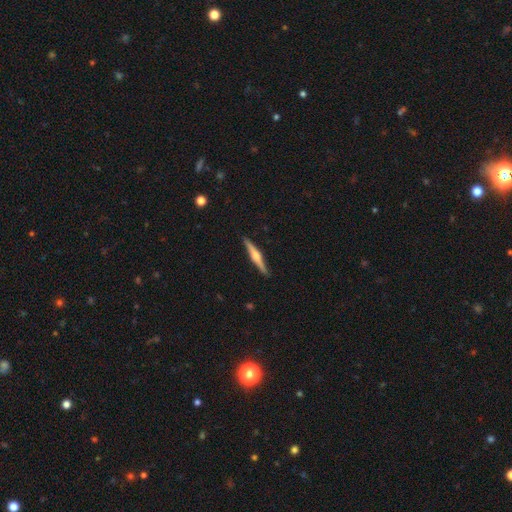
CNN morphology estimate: Smooth or featured? Predicted: featured or disk (p=0.73). Edge-on disk? Predicted: yes (p=0.98). Edge-on bulge? Predicted: rounded (p=0.87). Merging? Predicted: none (p=0.91).